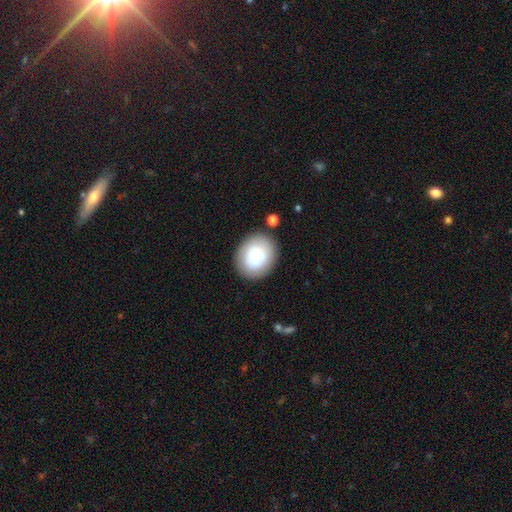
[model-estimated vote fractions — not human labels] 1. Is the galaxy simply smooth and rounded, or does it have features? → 82% smooth, 10% featured or disk, 7% star or artifact.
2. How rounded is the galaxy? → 60% round, 39% in between, 1% cigar-shaped.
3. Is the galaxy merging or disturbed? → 83% none, 11% minor disturbance, 3% major disturbance, 3% merger.